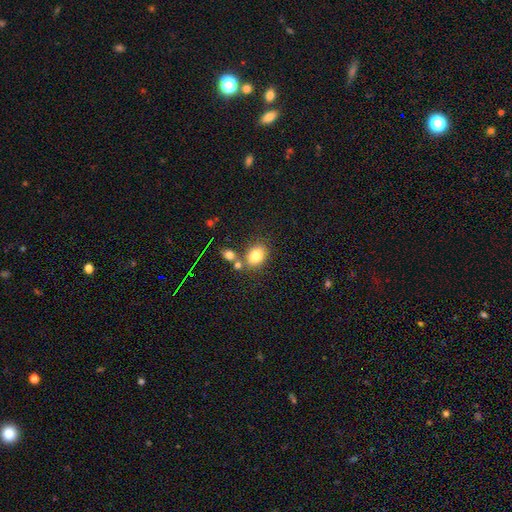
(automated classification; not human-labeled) Smooth or featured? smooth (79%)
How rounded? in between (59%)
Merging? none (62%)